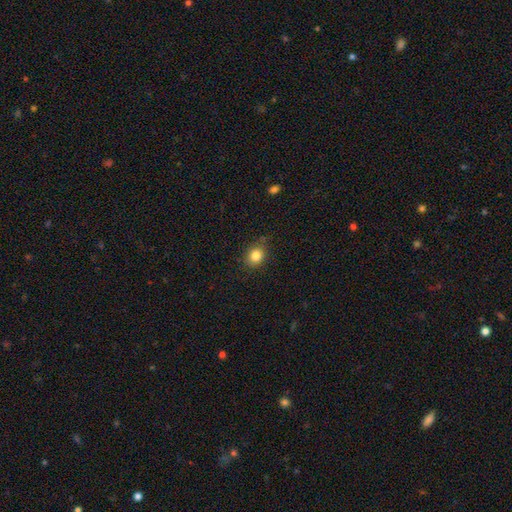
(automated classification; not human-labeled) A smooth galaxy with no disk features (84%) that is round (59%). Merging: none (82%).